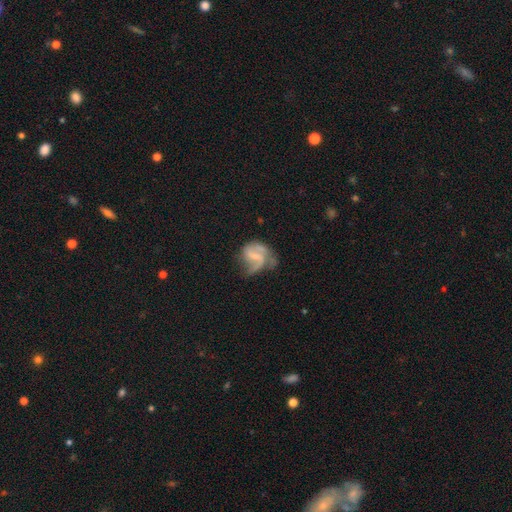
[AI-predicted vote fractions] This is likely a featured or disk galaxy (71%). It is clearly not viewed edge-on (98%). Bar: possibly weak (46%). Spiral arm pattern: clearly yes (86%). Spiral arm count: possibly 2 (57%). Spiral winding: marginally medium (43%). Central bulge: marginally none (41%). Merging: marginally none (36%).